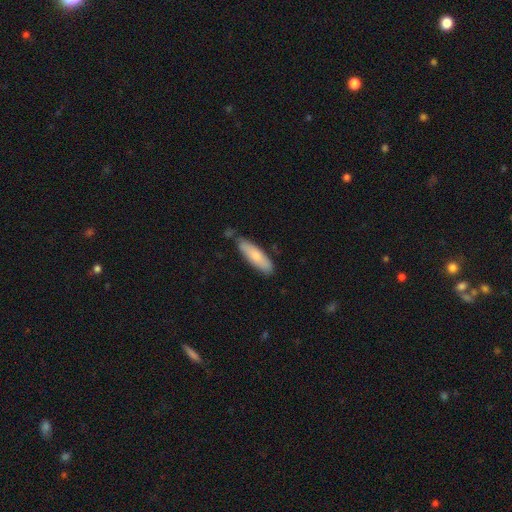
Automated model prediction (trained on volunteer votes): A smooth galaxy with no disk features (75%) that is cigar-shaped (58%).

Vote fractions:
- Smooth or featured? smooth: 75% / featured or disk: 20% / star or artifact: 6%
- How rounded? cigar-shaped: 58% / in between: 40% / round: 2%
- Merging? none: 76% / minor disturbance: 17% / merger: 4% / major disturbance: 3%